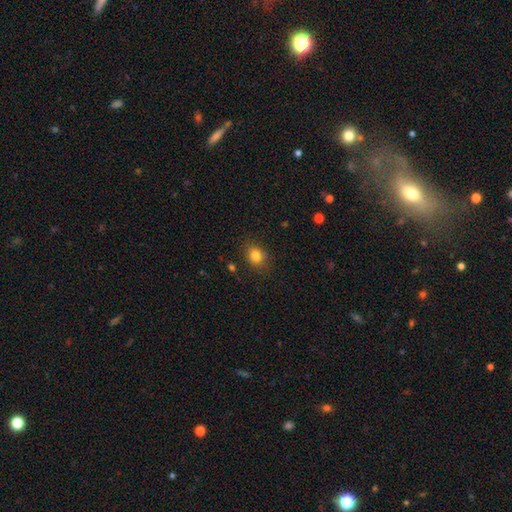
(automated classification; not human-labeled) smooth 82%, star or artifact 11%, featured or disk 7%. Down the decision tree: how rounded — round (58%); merging — none (83%).